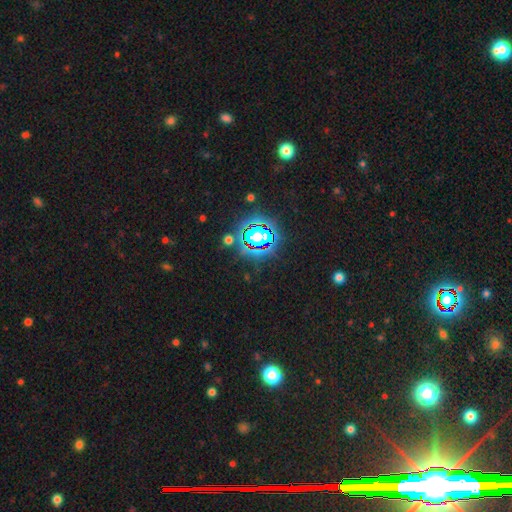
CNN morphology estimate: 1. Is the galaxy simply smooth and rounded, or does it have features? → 80% star or artifact, 13% smooth, 7% featured or disk.